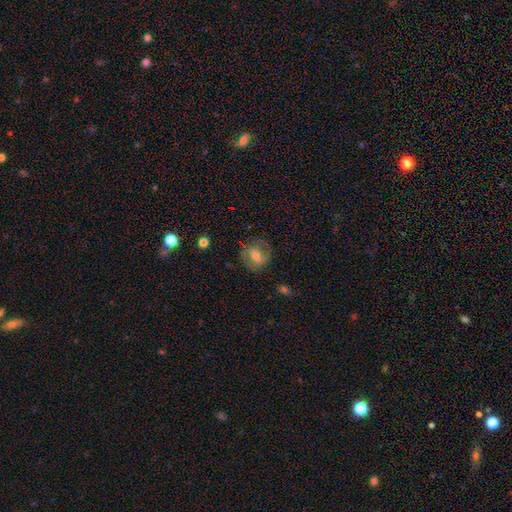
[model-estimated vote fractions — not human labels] featured or disk 48%, smooth 43%, star or artifact 9%. Down the decision tree: merging — none (71%).